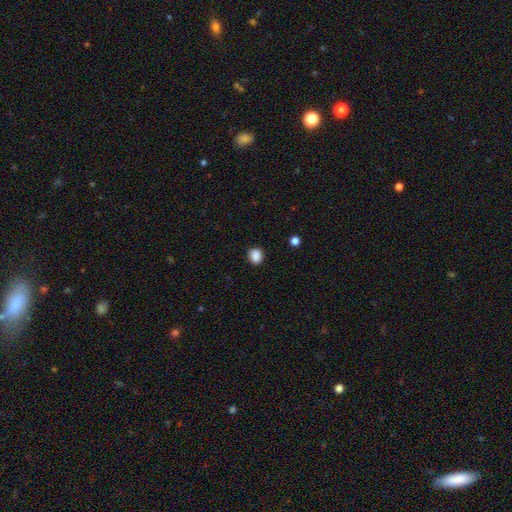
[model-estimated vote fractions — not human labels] The model was most divided on "how rounded": round: 72%, in between: 27%, cigar-shaped: 1%. More confident: merging — none (89%); smooth or featured — smooth (87%).